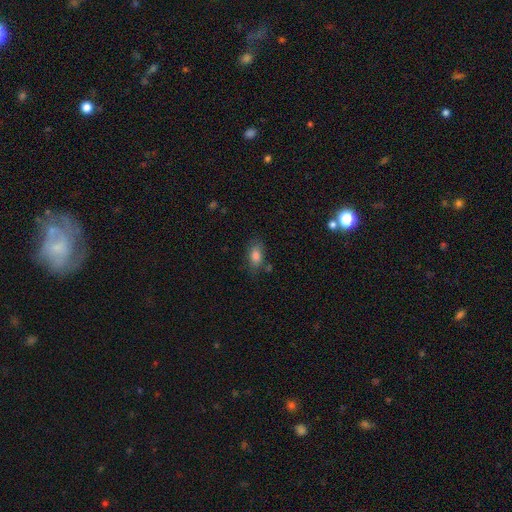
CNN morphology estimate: This appears to be a smooth galaxy with no disk features (81%) that is in between round and cigar-shaped (87%). Merging: none (74%).